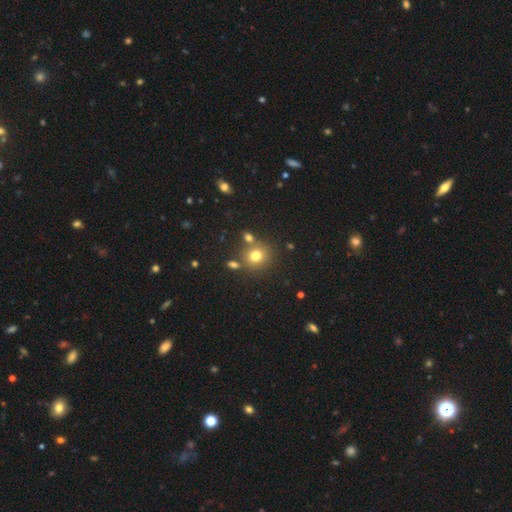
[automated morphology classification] Smooth or featured? Predicted: smooth (p=0.76). How rounded? Predicted: round (p=0.81). Merging? Predicted: none (p=0.70).